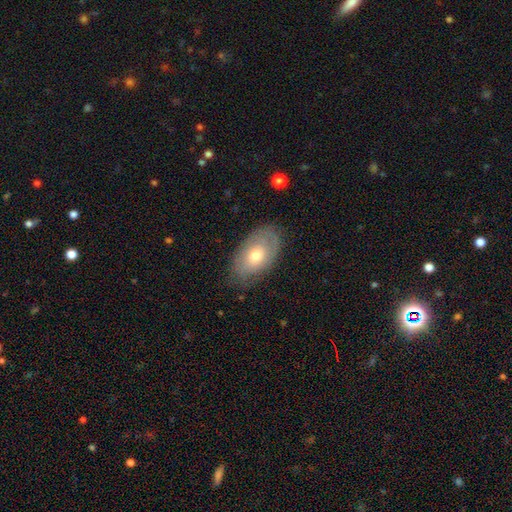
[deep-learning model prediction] The model was most divided on "smooth or featured": smooth: 51%, featured or disk: 42%, star or artifact: 7%. More confident: how rounded — in between (91%); merging — none (76%).